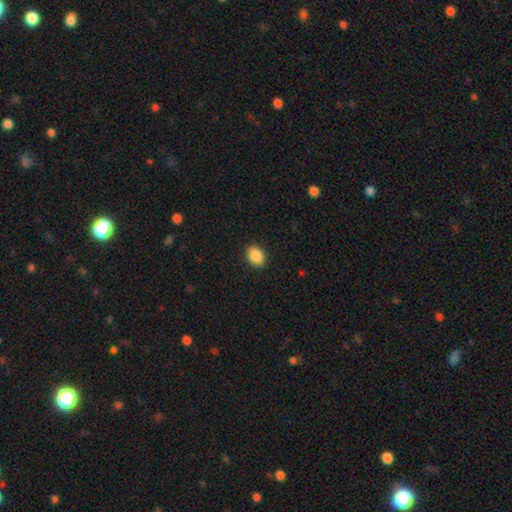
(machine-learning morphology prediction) This appears to be a smooth galaxy with no disk features (89%) that is in between round and cigar-shaped (75%). Merging: none (90%).